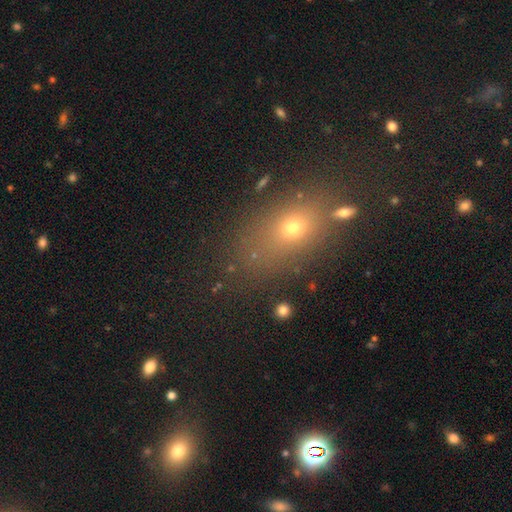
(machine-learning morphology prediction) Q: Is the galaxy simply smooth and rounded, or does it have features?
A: smooth — 62%.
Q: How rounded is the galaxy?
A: in between — 66%.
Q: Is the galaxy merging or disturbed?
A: none — 75%.